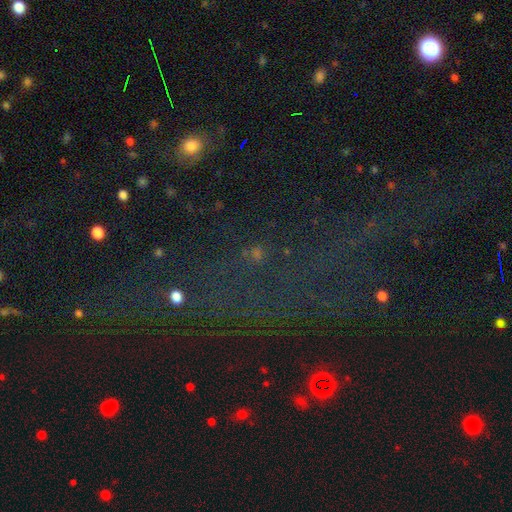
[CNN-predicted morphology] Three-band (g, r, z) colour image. It shows a star or artifact, not a galaxy (64%).